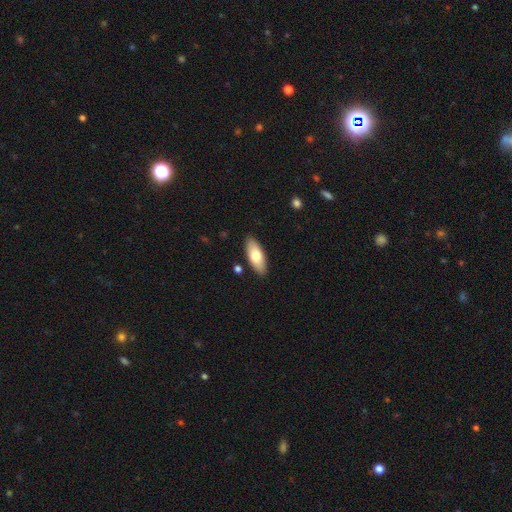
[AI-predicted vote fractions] smooth 76%, featured or disk 19%, star or artifact 6%. Down the decision tree: how rounded — in between (78%); merging — none (87%).